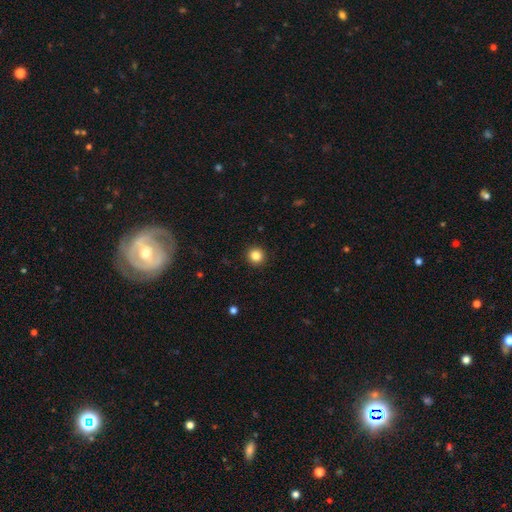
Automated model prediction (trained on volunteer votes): Overall: smooth (85%). How rounded: round (93%). Merging: none (92%).